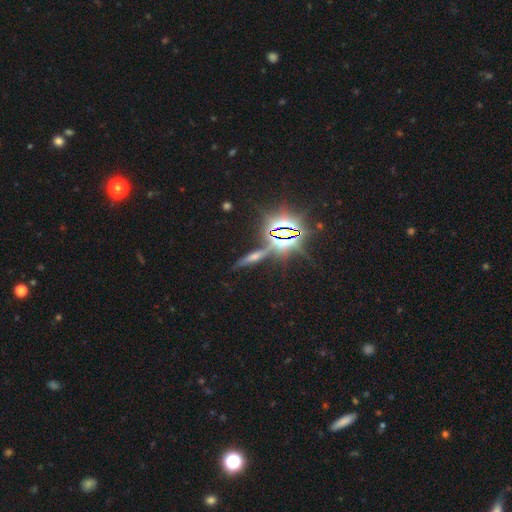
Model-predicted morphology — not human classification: star or artifact 54%, featured or disk 28%, smooth 18%.